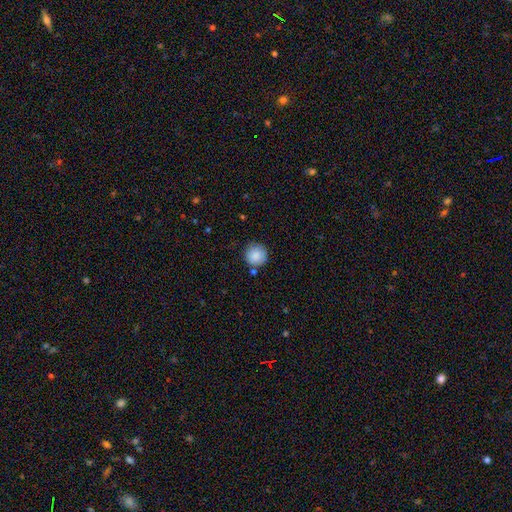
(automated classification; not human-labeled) Overall: smooth (87%). How rounded: round (95%). Merging: none (83%).